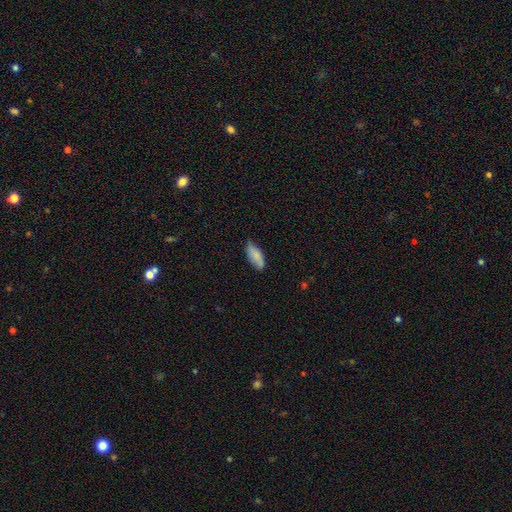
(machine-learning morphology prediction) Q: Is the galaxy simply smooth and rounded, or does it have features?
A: smooth — 84%.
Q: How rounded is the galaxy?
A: in between — 77%.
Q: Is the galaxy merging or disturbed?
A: none — 79%.